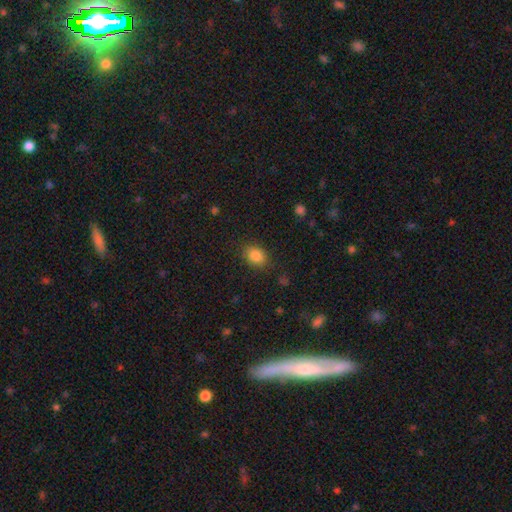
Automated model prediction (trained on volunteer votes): Q: Smooth or featured?
A: smooth (85%); runner-up: star or artifact (10%)
Q: How rounded?
A: in between (56%); runner-up: round (43%)
Q: Merging?
A: none (84%); runner-up: minor disturbance (11%)